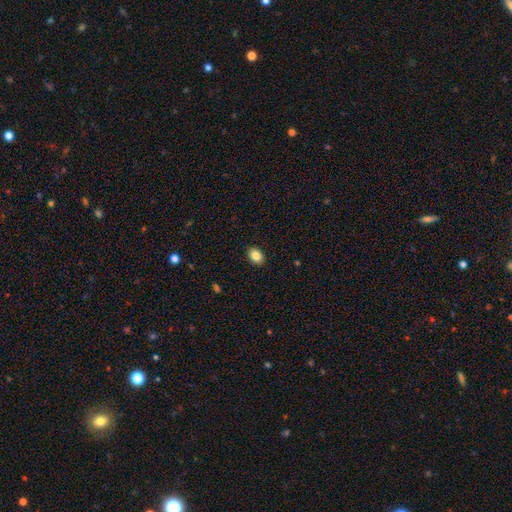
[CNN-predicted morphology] Smooth or featured: smooth — 86% (star or artifact — 9%)
How rounded: in between — 73% (round — 26%)
Merging: none — 91% (minor disturbance — 7%)